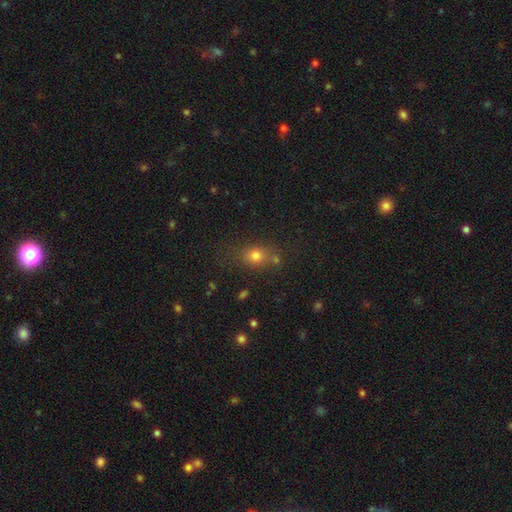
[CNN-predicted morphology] smooth_or_featured: smooth (p=0.73) [alt: star or artifact p=0.17]
how_rounded: round (p=0.56) [alt: in between p=0.42]
merging: none (p=0.67) [alt: minor disturbance p=0.15]